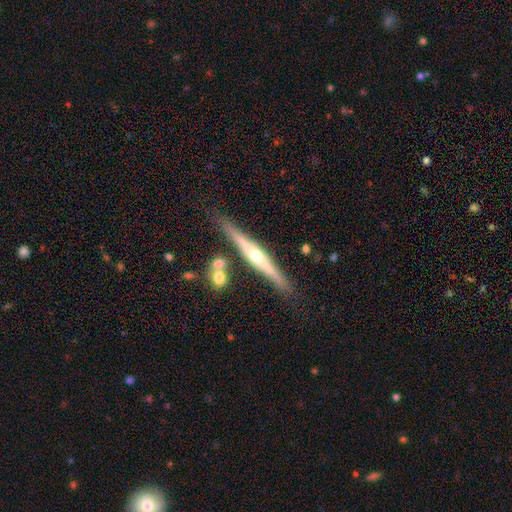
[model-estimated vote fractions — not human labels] This appears to be a featured or disk galaxy (75%) viewed edge-on (97%) with a rounded central bulge (87%). Merging: none (81%).